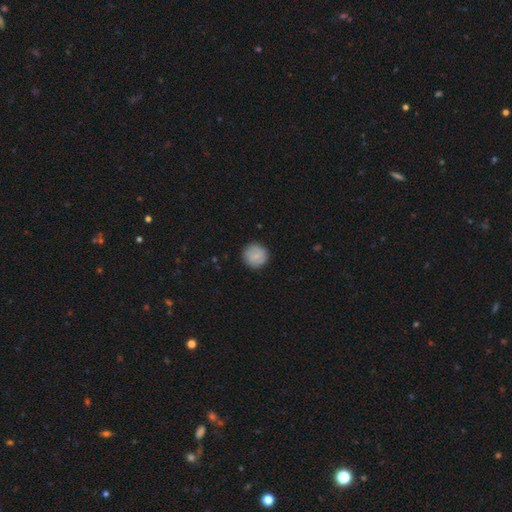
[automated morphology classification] Smooth or featured: smooth — 75% (featured or disk — 18%)
How rounded: round — 94% (in between — 5%)
Merging: none — 87% (minor disturbance — 9%)